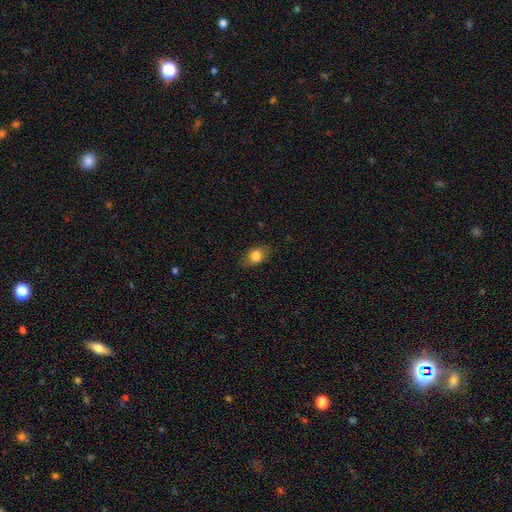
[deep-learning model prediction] This appears to be a smooth galaxy with no disk features (80%) that is in between round and cigar-shaped (72%). Merging: none (81%).